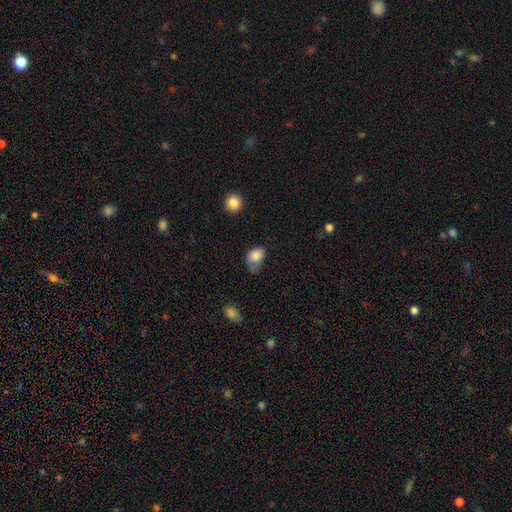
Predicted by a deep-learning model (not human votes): The model was most divided on "merging": minor disturbance: 41%, none: 31%, major disturbance: 25%, merger: 4%. More confident: smooth or featured — smooth (82%); how rounded — in between (74%).